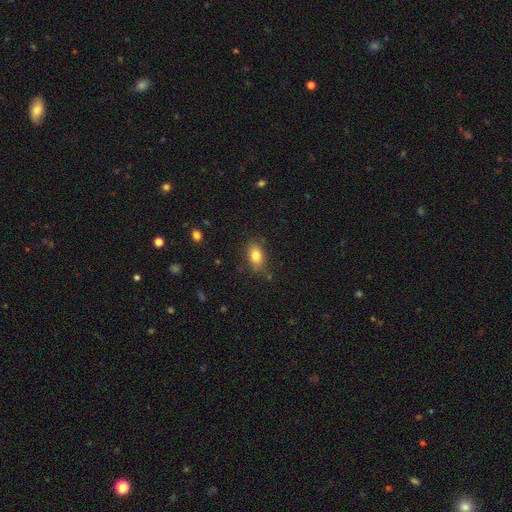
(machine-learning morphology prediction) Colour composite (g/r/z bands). It shows a smooth galaxy with no disk features (82%) that is in between round and cigar-shaped (82%). Merging: none (74%).